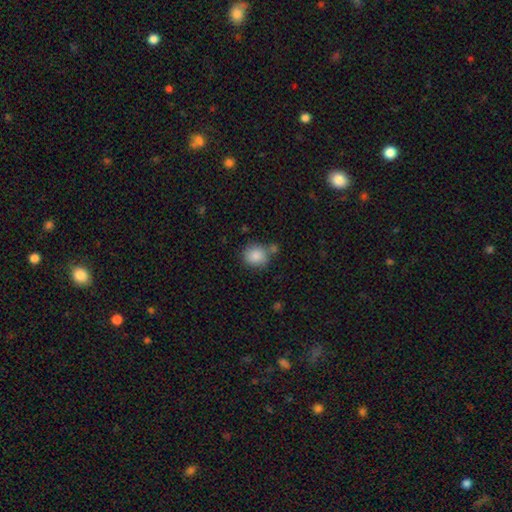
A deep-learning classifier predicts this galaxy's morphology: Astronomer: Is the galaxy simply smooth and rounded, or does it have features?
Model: smooth — 87%.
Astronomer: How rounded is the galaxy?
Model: round — 81%.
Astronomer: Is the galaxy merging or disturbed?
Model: none — 66%.